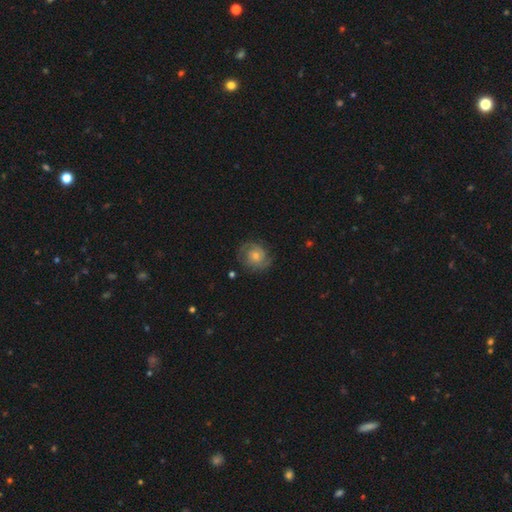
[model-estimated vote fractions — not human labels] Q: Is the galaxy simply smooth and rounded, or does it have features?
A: featured or disk — 71%.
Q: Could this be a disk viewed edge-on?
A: no — 98%.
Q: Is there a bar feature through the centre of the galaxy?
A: no — 76%.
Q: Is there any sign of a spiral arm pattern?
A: yes — 93%.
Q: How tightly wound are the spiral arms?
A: tight — 57%.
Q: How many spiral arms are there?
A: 2 — 60%.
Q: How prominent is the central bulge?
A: small — 47%.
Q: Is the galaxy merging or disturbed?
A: none — 80%.